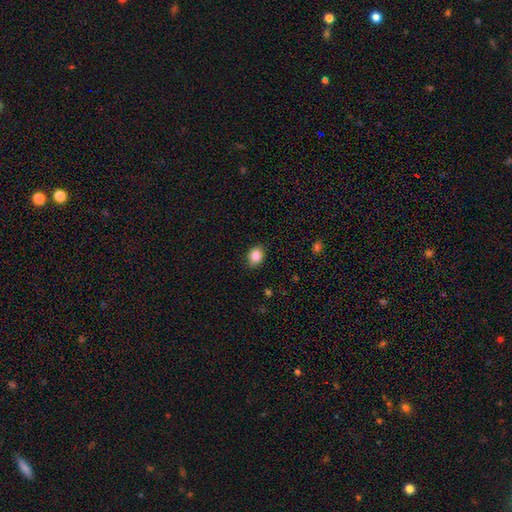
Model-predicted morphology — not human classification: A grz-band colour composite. It shows a smooth galaxy with no disk features (86%) that is in between round and cigar-shaped (55%). Merging: none (84%).